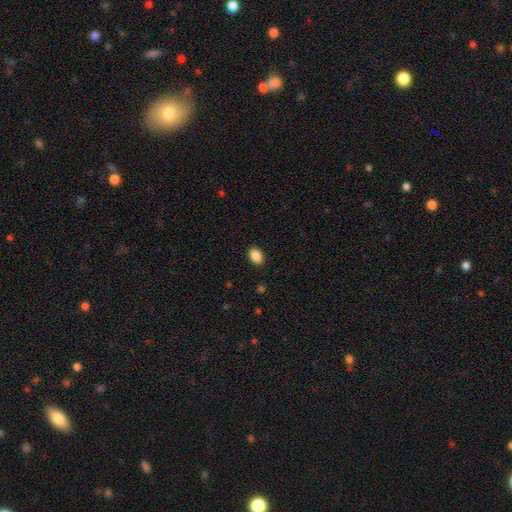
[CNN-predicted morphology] This is clearly a smooth galaxy (89%). How rounded: likely in between (79%). Merging: clearly none (90%).